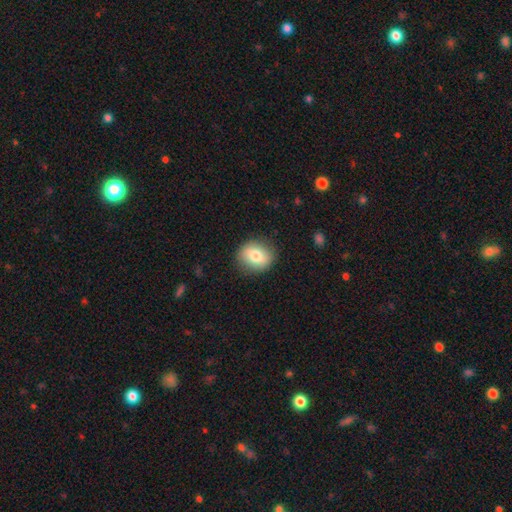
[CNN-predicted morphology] A smooth galaxy with no disk features (75%) that is round (65%).

Vote fractions:
- Smooth or featured? smooth: 75% / featured or disk: 17% / star or artifact: 8%
- How rounded? round: 65% / in between: 33% / cigar-shaped: 1%
- Merging? none: 87% / minor disturbance: 10% / major disturbance: 3% / merger: 1%